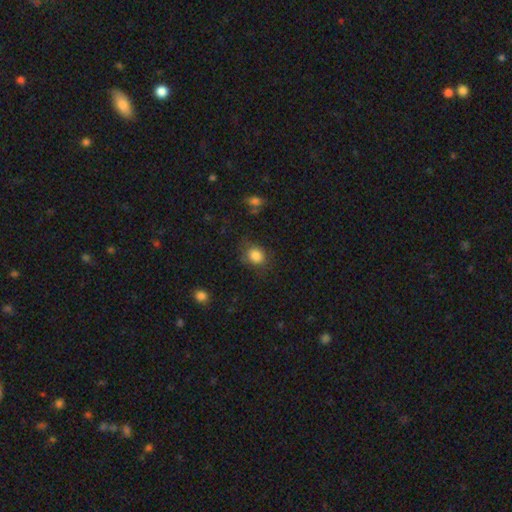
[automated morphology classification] smooth_or_featured: smooth (p=0.84) [alt: star or artifact p=0.10]
how_rounded: round (p=0.60) [alt: in between p=0.39]
merging: none (p=0.72) [alt: minor disturbance p=0.19]